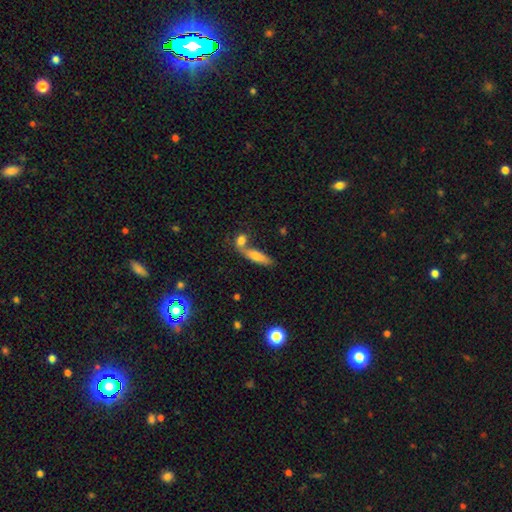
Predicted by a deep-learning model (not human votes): Smooth or featured: smooth — 68% (featured or disk — 22%)
How rounded: cigar-shaped — 58% (in between — 38%)
Merging: none — 49% (merger — 35%)